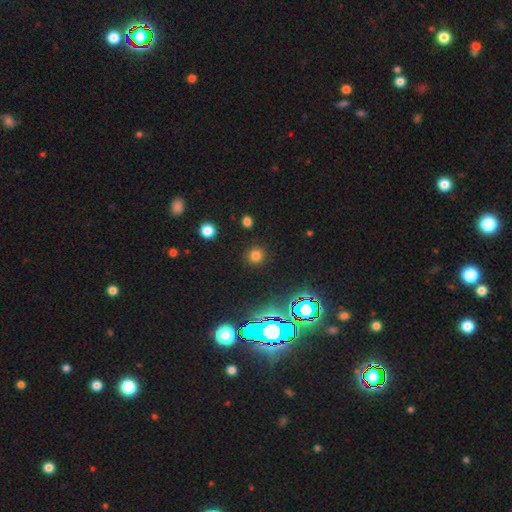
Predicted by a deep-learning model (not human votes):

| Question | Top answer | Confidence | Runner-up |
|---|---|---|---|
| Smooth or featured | smooth | 72% | star or artifact (23%) |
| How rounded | round | 93% | in between (6%) |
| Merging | none | 90% | minor disturbance (6%) |